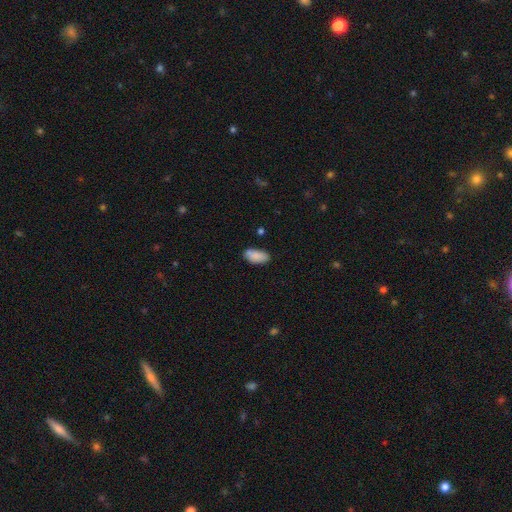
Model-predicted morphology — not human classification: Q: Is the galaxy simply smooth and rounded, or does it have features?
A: smooth — 87%.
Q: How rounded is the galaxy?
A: in between — 91%.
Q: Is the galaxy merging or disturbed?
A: none — 75%.